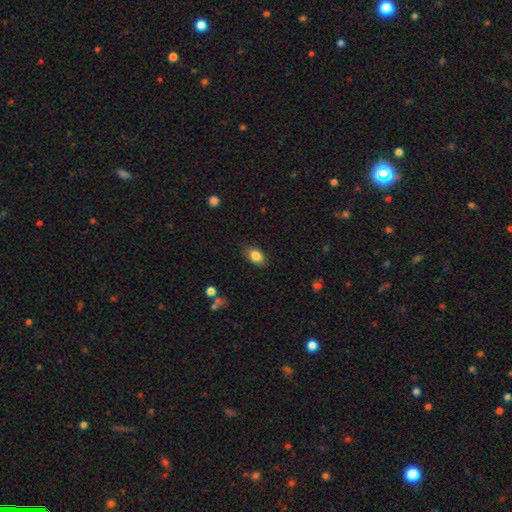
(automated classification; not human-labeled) smooth_or_featured: smooth (p=0.85) [alt: star or artifact p=0.08]
how_rounded: in between (p=0.87) [alt: round p=0.12]
merging: none (p=0.83) [alt: minor disturbance p=0.13]